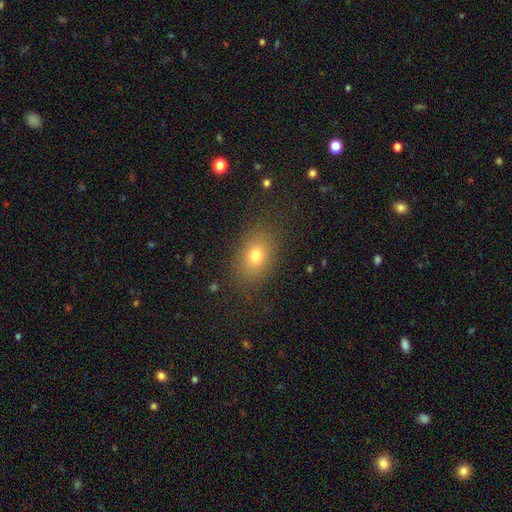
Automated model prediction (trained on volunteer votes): Smooth or featured: smooth — 74% (star or artifact — 14%)
How rounded: in between — 72% (round — 26%)
Merging: none — 84% (minor disturbance — 10%)